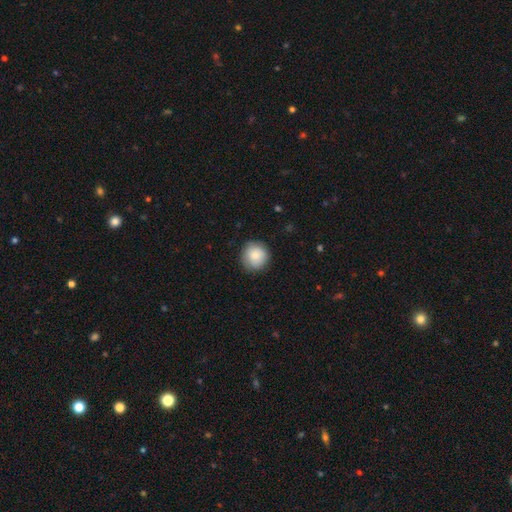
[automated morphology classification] A smooth galaxy with no disk features (84%) that is round (93%). Merging: none (86%).